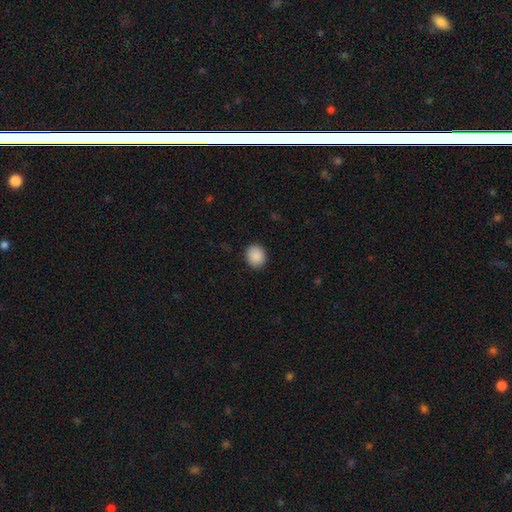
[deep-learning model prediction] Overall: smooth (90%). How rounded: round (67%; in between 32%). Merging: none (90%).